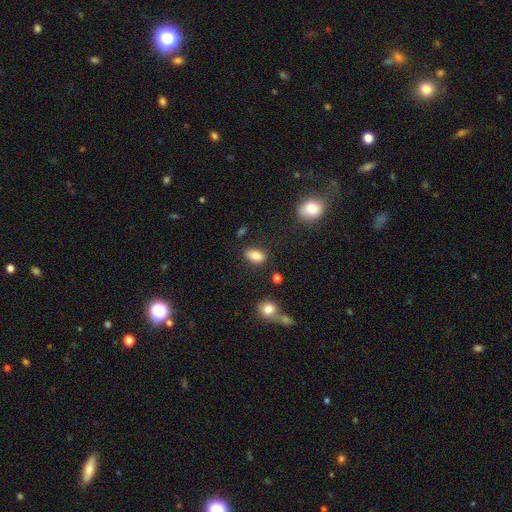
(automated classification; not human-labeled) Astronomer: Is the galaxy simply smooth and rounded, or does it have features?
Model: smooth — 83%.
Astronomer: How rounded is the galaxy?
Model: in between — 89%.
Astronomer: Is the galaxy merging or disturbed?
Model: none — 82%.